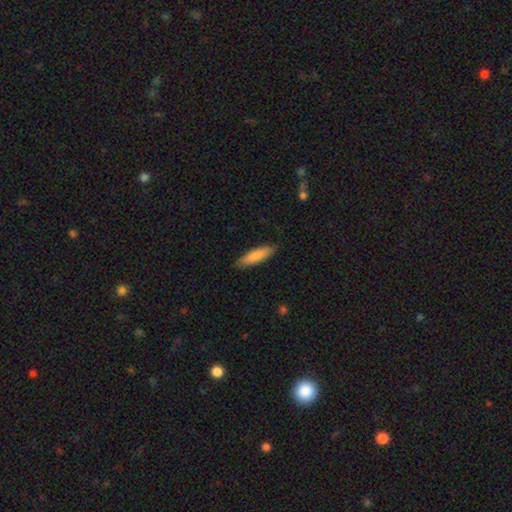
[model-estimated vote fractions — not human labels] A smooth galaxy with no disk features (85%) that is cigar-shaped (63%).

Vote fractions:
- Smooth or featured? smooth: 85% / featured or disk: 10% / star or artifact: 5%
- How rounded? cigar-shaped: 63% / in between: 35% / round: 1%
- Merging? none: 86% / minor disturbance: 11% / major disturbance: 2% / merger: 1%